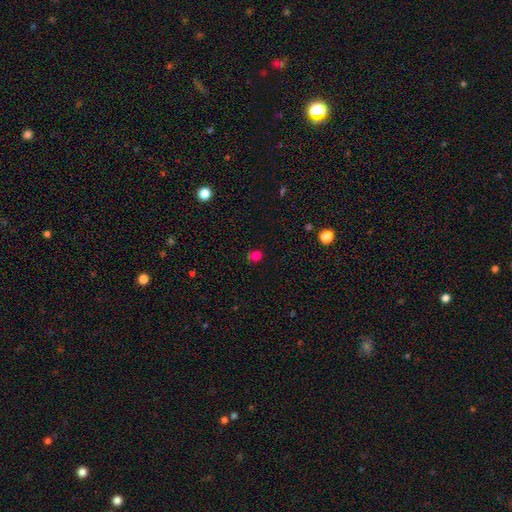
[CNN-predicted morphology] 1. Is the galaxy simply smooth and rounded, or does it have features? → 77% smooth, 18% star or artifact, 5% featured or disk.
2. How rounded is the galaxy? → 70% round, 29% in between, 1% cigar-shaped.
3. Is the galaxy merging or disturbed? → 78% none, 16% minor disturbance, 4% major disturbance, 3% merger.